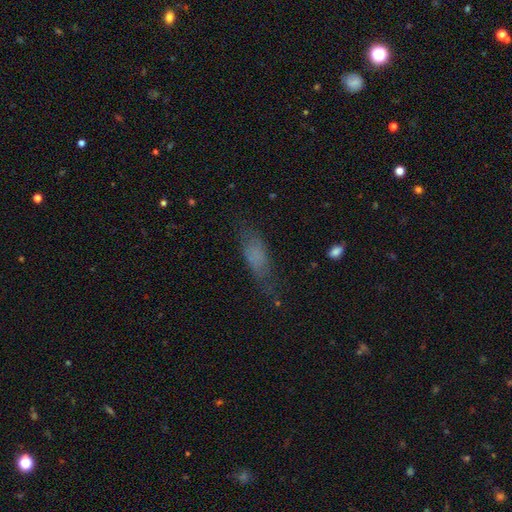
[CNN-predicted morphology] Smooth or featured? smooth (65%)
How rounded? in between (53%)
Merging? none (59%)